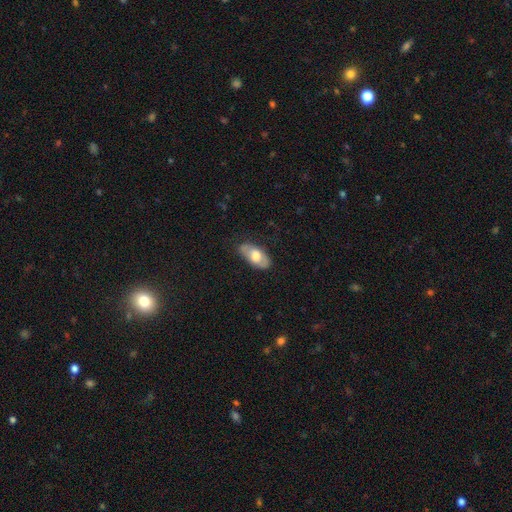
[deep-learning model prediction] Smooth or featured?
  - smooth: 60% *
  - featured or disk: 34%
  - star or artifact: 6%
How rounded?
  - in between: 90% *
  - cigar-shaped: 6%
  - round: 4%
Merging?
  - none: 73% *
  - minor disturbance: 21%
  - major disturbance: 5%
  - merger: 1%